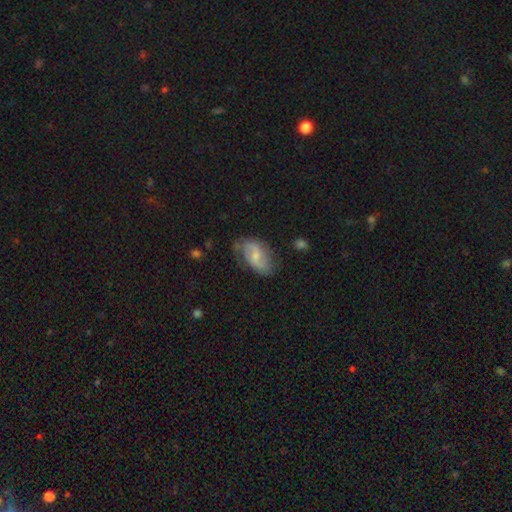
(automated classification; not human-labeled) featured or disk 58%, smooth 36%, star or artifact 7%. Down the decision tree: edge-on disk — no (96%); bar — weak (47%); spiral arms — yes (85%); bulge size — small (52%); merging — none (61%).